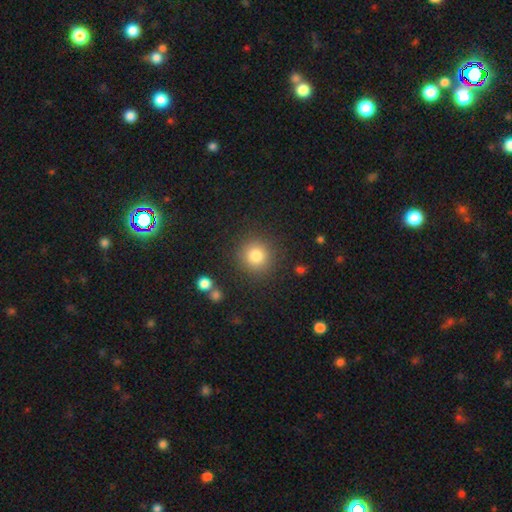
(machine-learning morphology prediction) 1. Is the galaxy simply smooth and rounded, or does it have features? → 81% smooth, 11% star or artifact, 8% featured or disk.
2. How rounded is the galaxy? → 92% round, 7% in between, 1% cigar-shaped.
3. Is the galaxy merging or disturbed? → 87% none, 7% minor disturbance, 3% major disturbance, 2% merger.